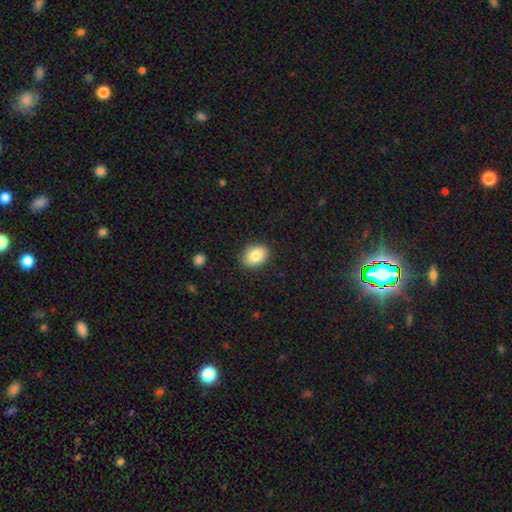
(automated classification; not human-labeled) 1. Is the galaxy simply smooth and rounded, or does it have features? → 83% smooth, 9% featured or disk, 8% star or artifact.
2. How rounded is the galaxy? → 69% in between, 30% round, 1% cigar-shaped.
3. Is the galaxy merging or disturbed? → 87% none, 10% minor disturbance, 2% major disturbance, 1% merger.